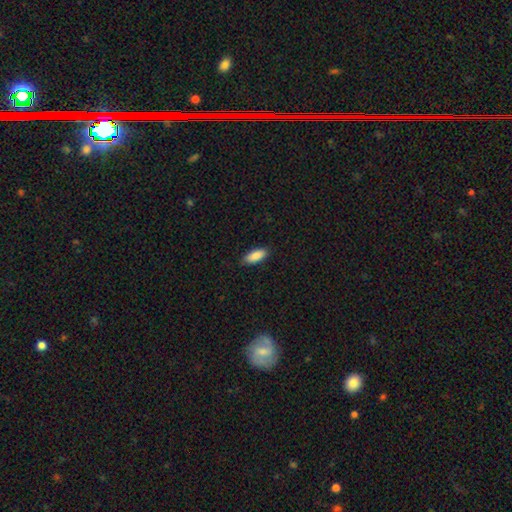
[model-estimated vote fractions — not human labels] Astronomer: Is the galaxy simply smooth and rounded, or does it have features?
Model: smooth — 89%.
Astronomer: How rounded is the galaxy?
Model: in between — 78%.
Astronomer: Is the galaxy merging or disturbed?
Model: none — 87%.